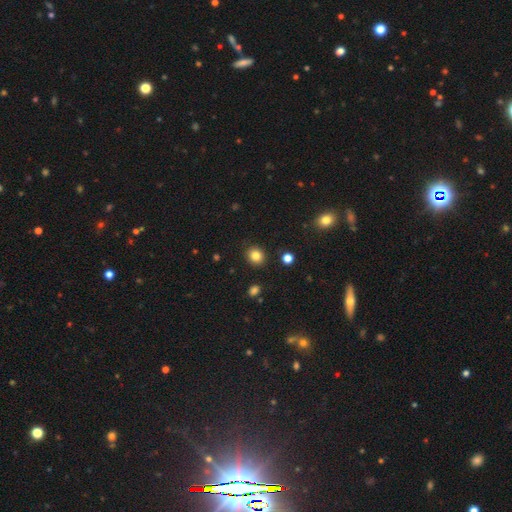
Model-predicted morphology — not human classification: Overall: smooth (84%). How rounded: round (78%). Merging: none (90%).